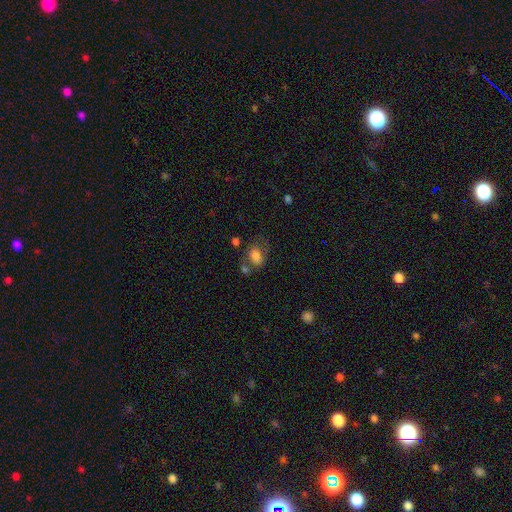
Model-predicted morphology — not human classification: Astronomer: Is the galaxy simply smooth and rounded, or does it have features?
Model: smooth — 69%.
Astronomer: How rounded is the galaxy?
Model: in between — 74%.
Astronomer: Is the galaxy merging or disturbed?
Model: none — 42% (runner-up: minor disturbance, 23%).